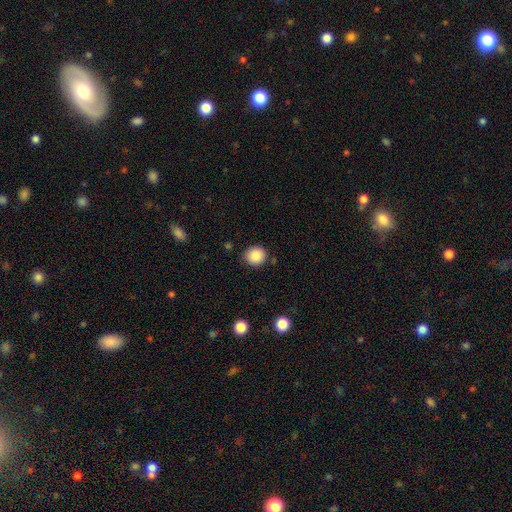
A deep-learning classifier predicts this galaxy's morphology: Smooth or featured? Predicted: smooth (p=0.87). How rounded? Predicted: round (p=0.83). Merging? Predicted: none (p=0.83).